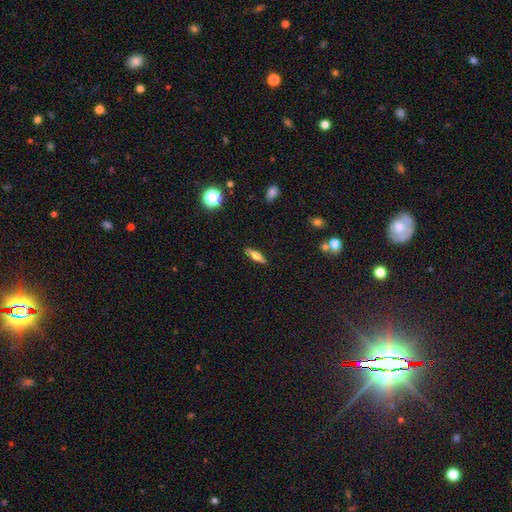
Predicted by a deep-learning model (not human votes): This is possibly a smooth galaxy (56%). How rounded: possibly cigar-shaped (59%). Merging: clearly none (88%).